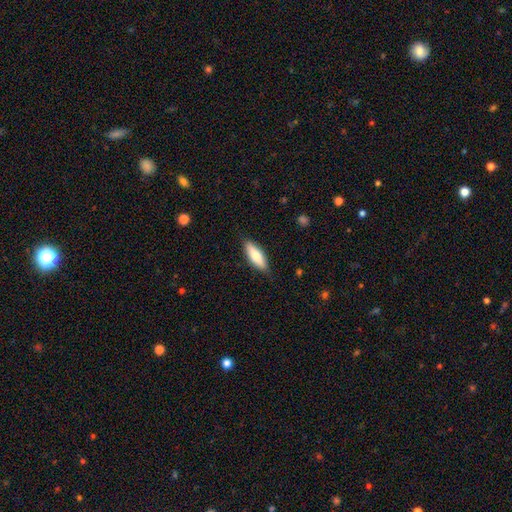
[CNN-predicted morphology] Q: Smooth or featured?
A: smooth (73%); runner-up: featured or disk (21%)
Q: How rounded?
A: in between (57%); runner-up: cigar-shaped (42%)
Q: Merging?
A: none (84%); runner-up: minor disturbance (13%)